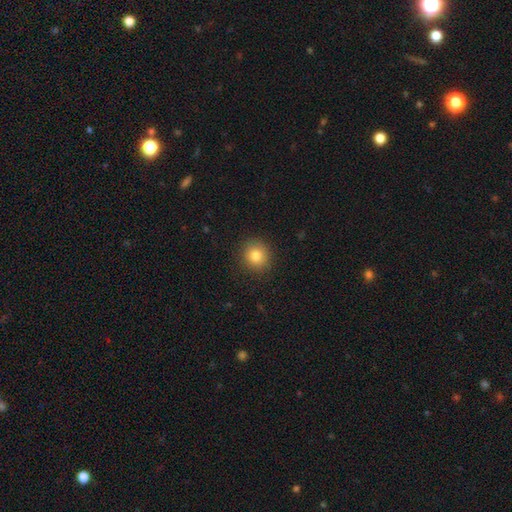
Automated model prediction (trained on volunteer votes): smooth-or-featured: smooth: 82% | star or artifact: 11% | featured or disk: 7%
  how-rounded: round: 84% | in between: 15% | cigar-shaped: 1%
  merging: none: 89% | minor disturbance: 7% | major disturbance: 2% | merger: 1%